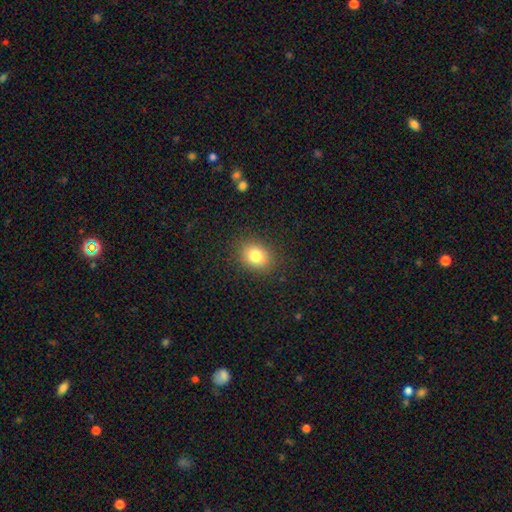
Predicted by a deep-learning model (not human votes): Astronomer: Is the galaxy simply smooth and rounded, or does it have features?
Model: smooth — 80%.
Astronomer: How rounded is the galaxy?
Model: in between — 53% (runner-up: round, 46%).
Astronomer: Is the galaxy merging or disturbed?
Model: none — 88%.